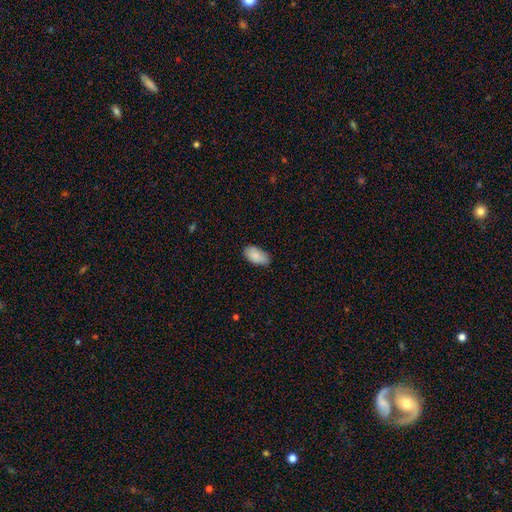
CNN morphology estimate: Smooth or featured: smooth — 86% (featured or disk — 7%)
How rounded: in between — 94% (round — 3%)
Merging: none — 79% (minor disturbance — 17%)